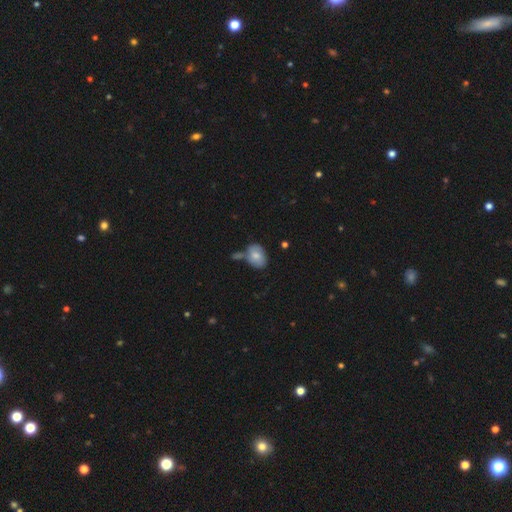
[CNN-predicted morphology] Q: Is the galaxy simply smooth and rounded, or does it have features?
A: smooth — 75%.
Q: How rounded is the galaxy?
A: in between — 73%.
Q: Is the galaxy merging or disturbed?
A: none — 51%.